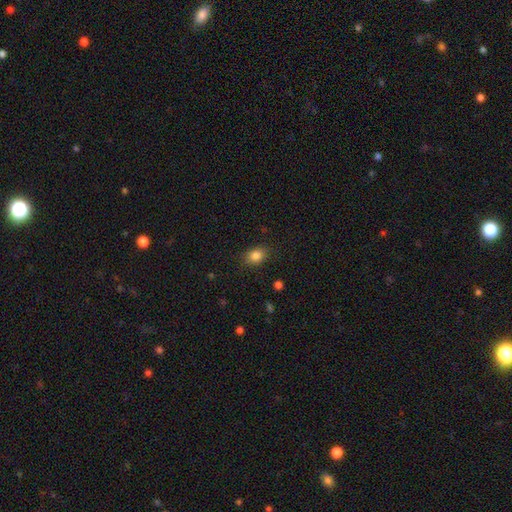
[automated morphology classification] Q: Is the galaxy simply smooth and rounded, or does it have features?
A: smooth — 84%.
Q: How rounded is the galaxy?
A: in between — 66%.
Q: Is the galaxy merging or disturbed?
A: none — 86%.